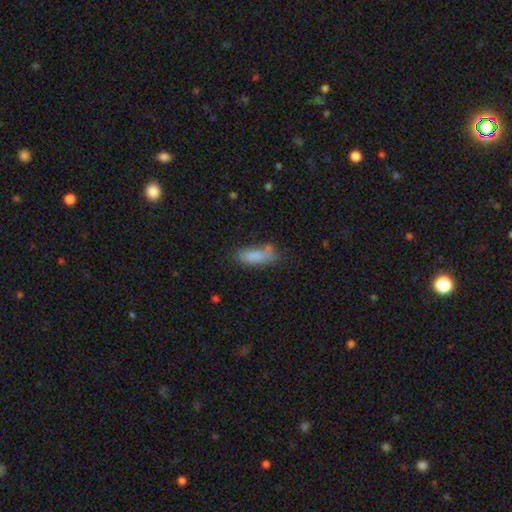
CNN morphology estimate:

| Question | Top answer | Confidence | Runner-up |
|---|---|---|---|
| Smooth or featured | smooth | 81% | featured or disk (10%) |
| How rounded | in between | 62% | cigar-shaped (36%) |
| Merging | none | 51% | minor disturbance (25%) |